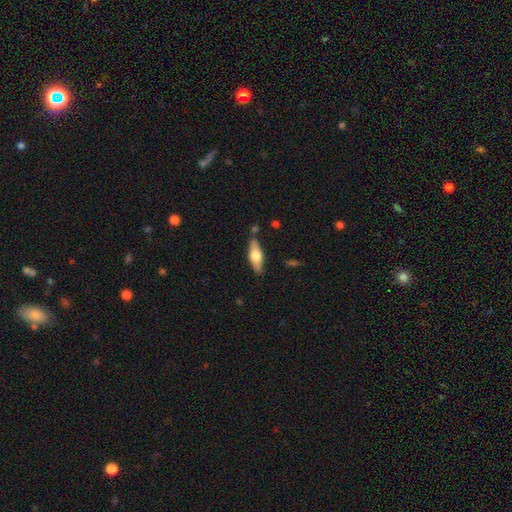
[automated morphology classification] Smooth or featured? Predicted: featured or disk (p=0.48). Merging? Predicted: none (p=0.81).